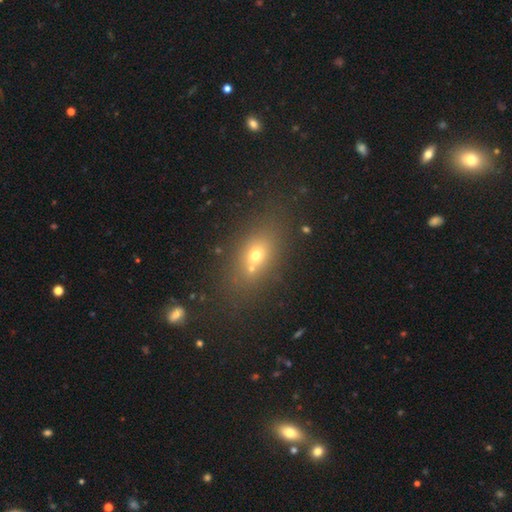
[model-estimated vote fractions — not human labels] Smooth or featured? Predicted: smooth (p=0.58). How rounded? Predicted: in between (p=0.66). Merging? Predicted: none (p=0.57).